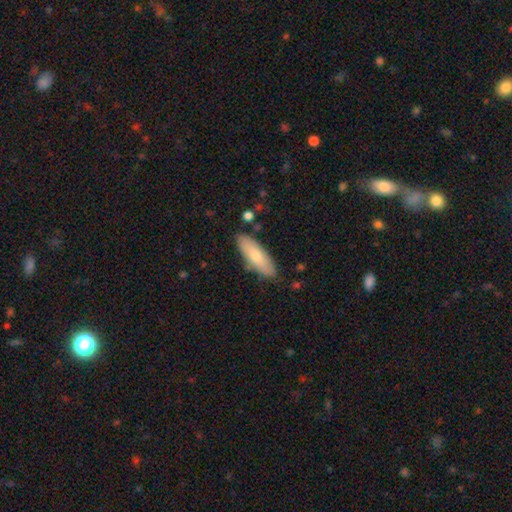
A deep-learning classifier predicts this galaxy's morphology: smooth 72%, featured or disk 22%, star or artifact 6%. Down the decision tree: how rounded — in between (60%); merging — none (83%).